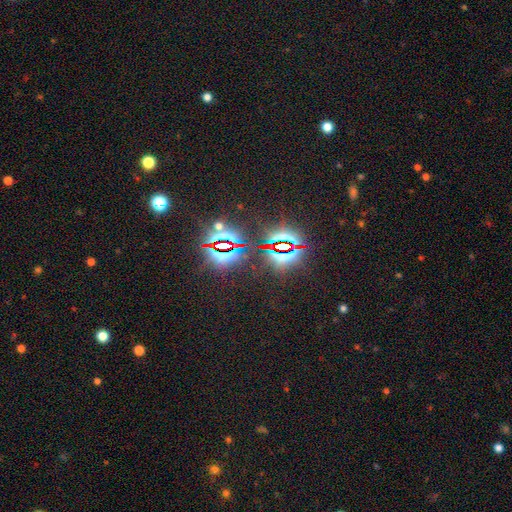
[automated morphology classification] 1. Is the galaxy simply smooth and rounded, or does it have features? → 82% star or artifact, 10% smooth, 7% featured or disk.